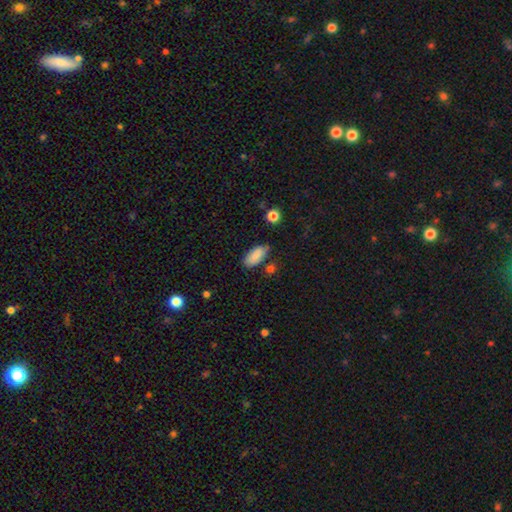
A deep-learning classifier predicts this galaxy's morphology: Overall: smooth (88%). How rounded: in between (88%). Merging: none (78%).